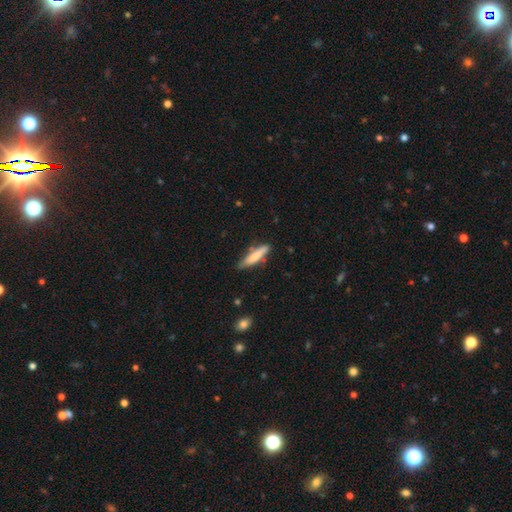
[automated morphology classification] Smooth or featured? smooth (73%)
How rounded? cigar-shaped (81%)
Merging? none (71%)